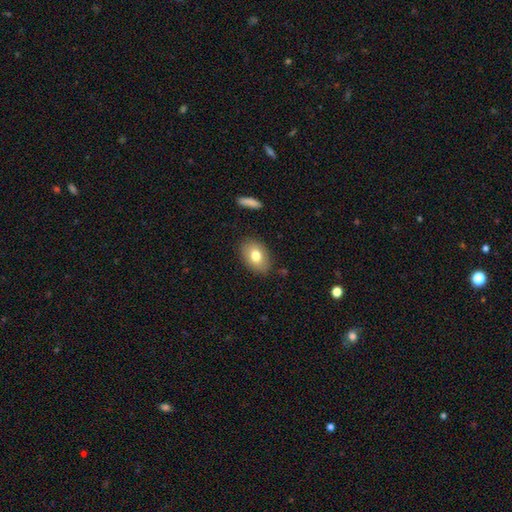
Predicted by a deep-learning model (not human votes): Smooth or featured? smooth (75%)
How rounded? in between (82%)
Merging? none (84%)